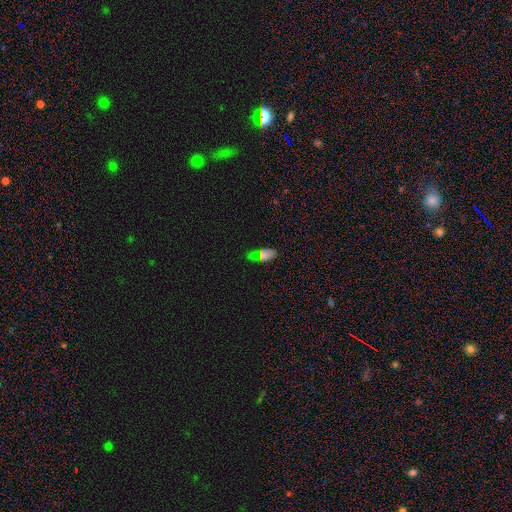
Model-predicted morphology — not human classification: smooth-or-featured: smooth: 47% | star or artifact: 32% | featured or disk: 21%
  merging: none: 61% | minor disturbance: 20% | major disturbance: 10% | merger: 8%